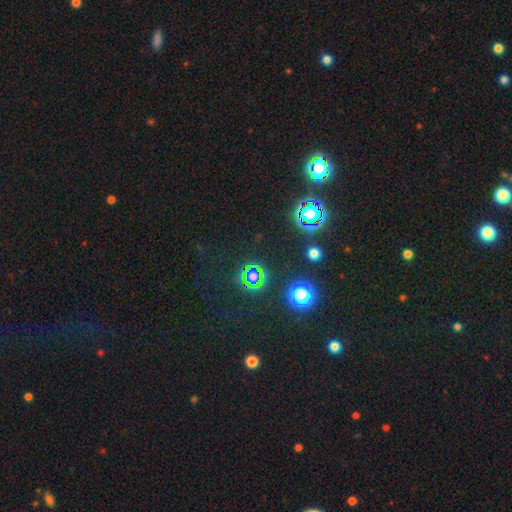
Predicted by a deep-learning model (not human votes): smooth-or-featured: star or artifact: 69% | smooth: 22% | featured or disk: 8%